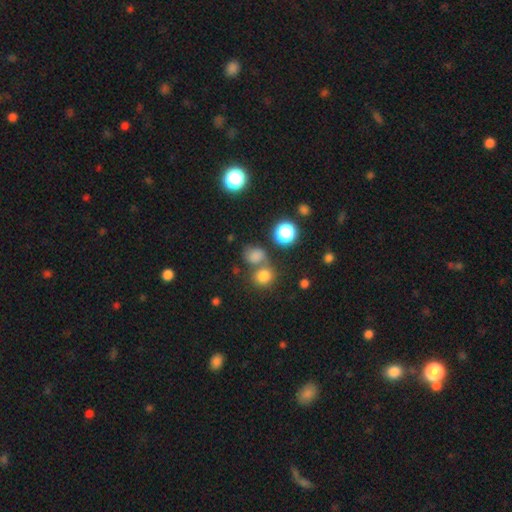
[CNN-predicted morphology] smooth_or_featured: smooth (p=0.73) [alt: star or artifact p=0.18]
how_rounded: round (p=0.65) [alt: in between p=0.34]
merging: none (p=0.48) [alt: merger p=0.34]